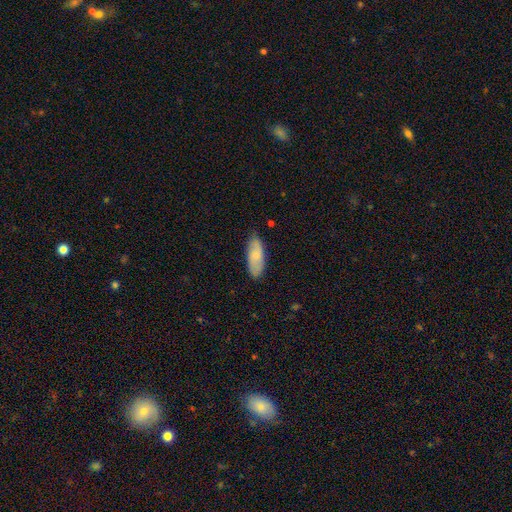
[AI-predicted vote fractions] Overall: smooth (76%). How rounded: in between (75%). Merging: none (80%).